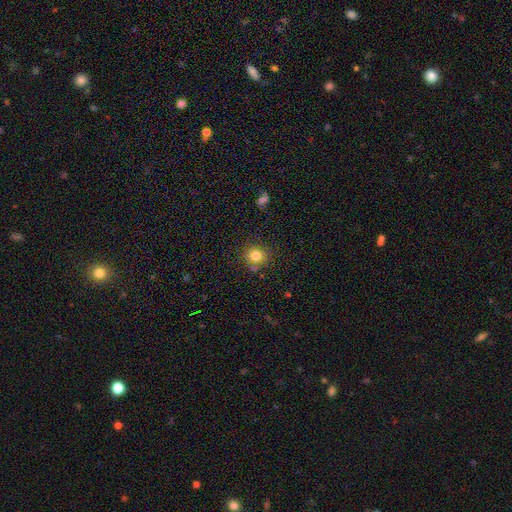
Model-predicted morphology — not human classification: This appears to be a smooth galaxy with no disk features (80%) that is round (90%). Merging: none (78%).